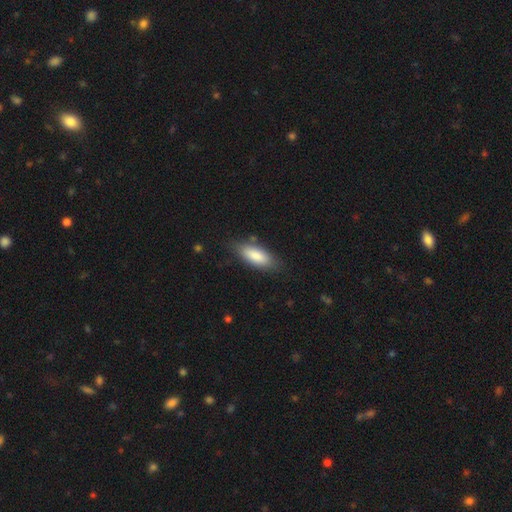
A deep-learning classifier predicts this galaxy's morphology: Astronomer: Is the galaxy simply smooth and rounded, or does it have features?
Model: smooth — 85%.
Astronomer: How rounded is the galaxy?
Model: in between — 73%.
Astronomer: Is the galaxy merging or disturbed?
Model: none — 78%.